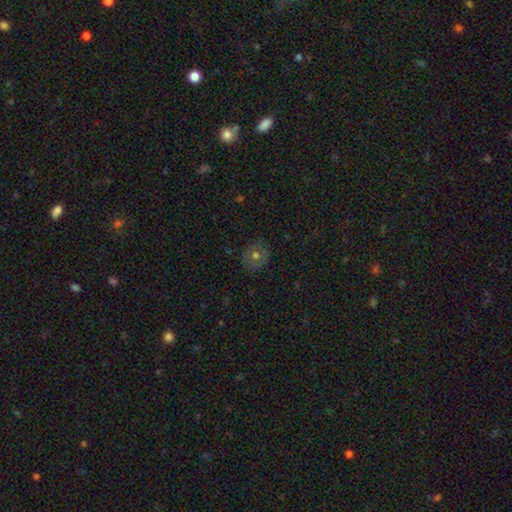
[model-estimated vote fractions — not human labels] This appears to be a smooth galaxy with no disk features (59%) that is round (83%). Merging: none (85%).